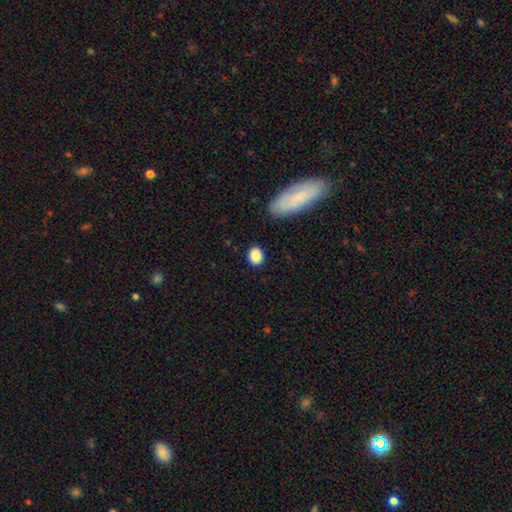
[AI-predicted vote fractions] smooth 87%, star or artifact 8%, featured or disk 5%. Down the decision tree: how rounded — round (53%); merging — none (84%).